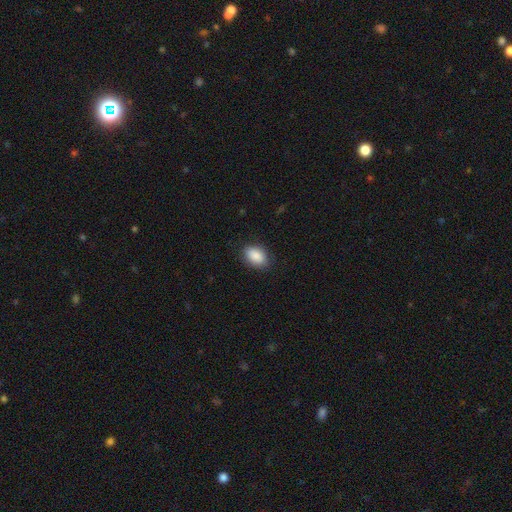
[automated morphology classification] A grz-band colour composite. It shows a smooth galaxy with no disk features (89%) that is in between round and cigar-shaped (87%). Merging: none (85%).